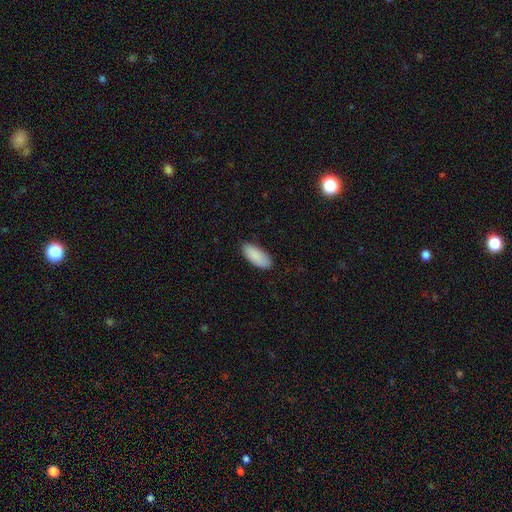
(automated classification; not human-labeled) Smooth or featured?
  - smooth: 89% *
  - star or artifact: 6%
  - featured or disk: 5%
How rounded?
  - in between: 87% *
  - cigar-shaped: 12%
  - round: 2%
Merging?
  - none: 82% *
  - minor disturbance: 15%
  - major disturbance: 2%
  - merger: 1%